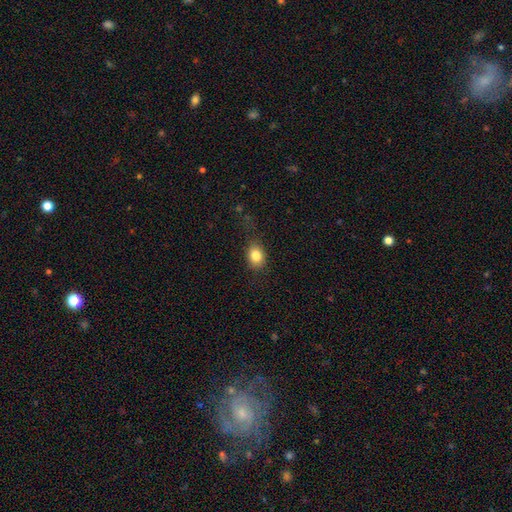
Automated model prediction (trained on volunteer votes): Morphology: type=smooth (83%); roundness=in between (55%); merging=none (75%).